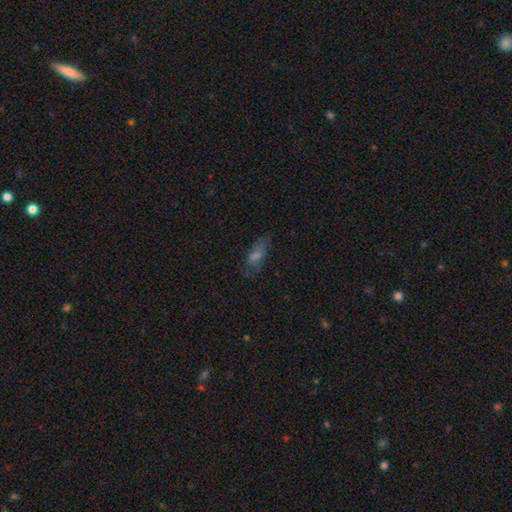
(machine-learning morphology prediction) A smooth galaxy with no disk features (53%) that is in between round and cigar-shaped (61%). Merging: none (74%).